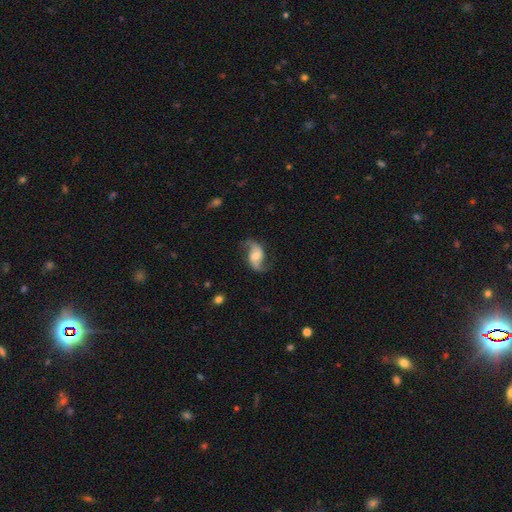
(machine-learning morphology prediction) Q: Smooth or featured?
A: featured or disk (81%); runner-up: smooth (13%)
Q: Edge-on disk?
A: no (97%); runner-up: yes (3%)
Q: Bar?
A: weak (42%); runner-up: no (40%)
Q: Spiral arms?
A: yes (95%); runner-up: no (5%)
Q: Spiral winding?
A: loose (72%); runner-up: medium (22%)
Q: Spiral arm count?
A: 2 (93%); runner-up: 1 (2%)
Q: Bulge size?
A: moderate (49%); runner-up: small (28%)
Q: Merging?
A: none (74%); runner-up: minor disturbance (16%)